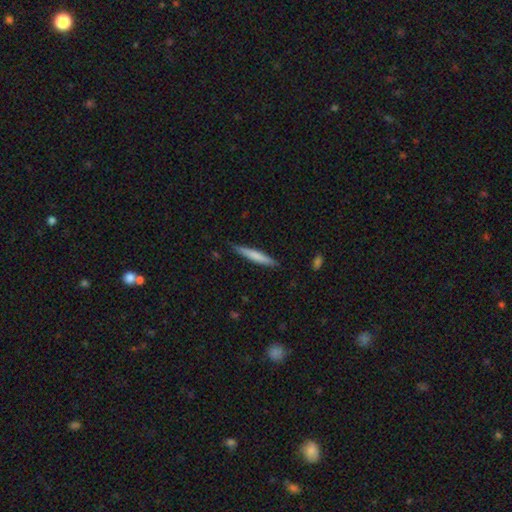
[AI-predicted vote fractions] The model was most divided on "smooth or featured": smooth: 67%, featured or disk: 27%, star or artifact: 5%. More confident: how rounded — cigar-shaped (94%); merging — none (86%).